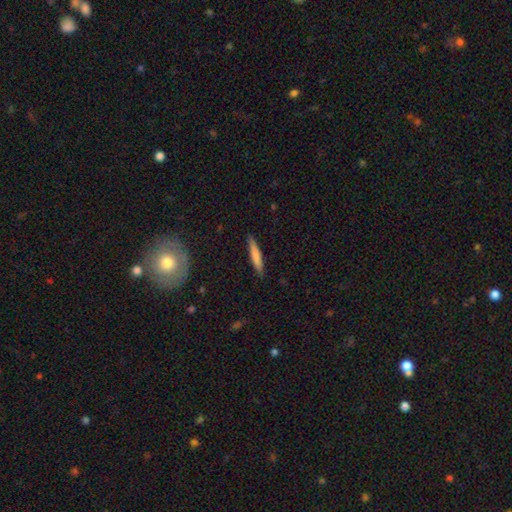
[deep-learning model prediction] This is likely a smooth galaxy (73%). How rounded: clearly cigar-shaped (91%). Merging: clearly none (88%).